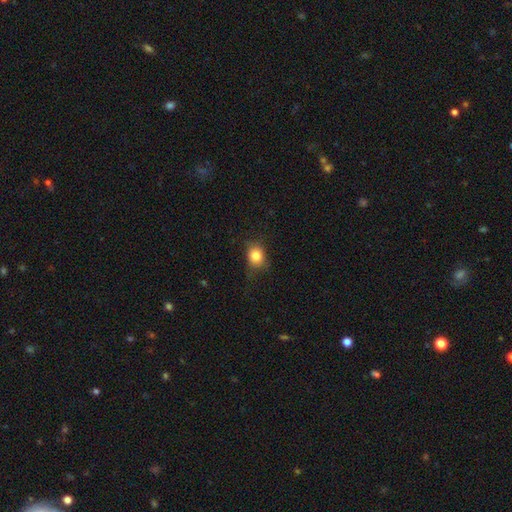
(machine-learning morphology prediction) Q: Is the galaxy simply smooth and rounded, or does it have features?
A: smooth — 83%.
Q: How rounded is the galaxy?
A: round — 62%.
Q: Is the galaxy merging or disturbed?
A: none — 70%.